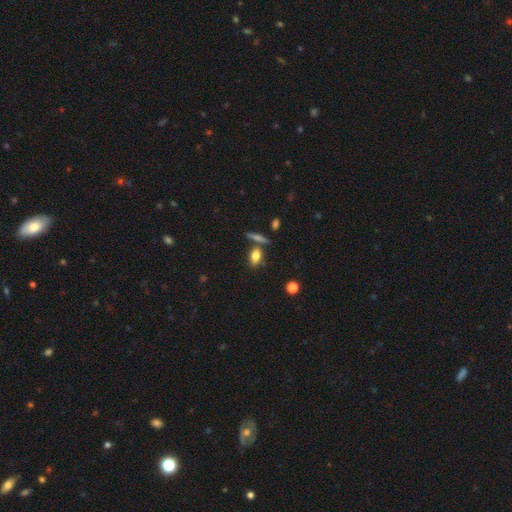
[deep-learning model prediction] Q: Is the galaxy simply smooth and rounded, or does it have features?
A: smooth — 78%.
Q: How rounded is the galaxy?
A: in between — 80%.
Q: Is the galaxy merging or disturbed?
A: none — 65%.